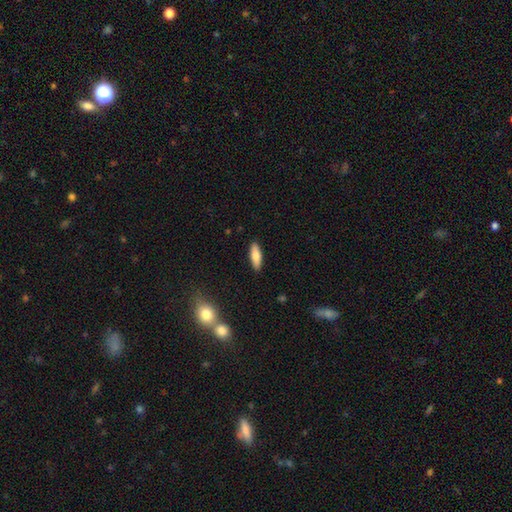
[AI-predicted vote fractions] A smooth galaxy with no disk features (77%) that is in between round and cigar-shaped (54%).

Vote fractions:
- Smooth or featured? smooth: 77% / featured or disk: 17% / star or artifact: 6%
- How rounded? in between: 54% / cigar-shaped: 44% / round: 2%
- Merging? none: 89% / minor disturbance: 8% / major disturbance: 2% / merger: 1%